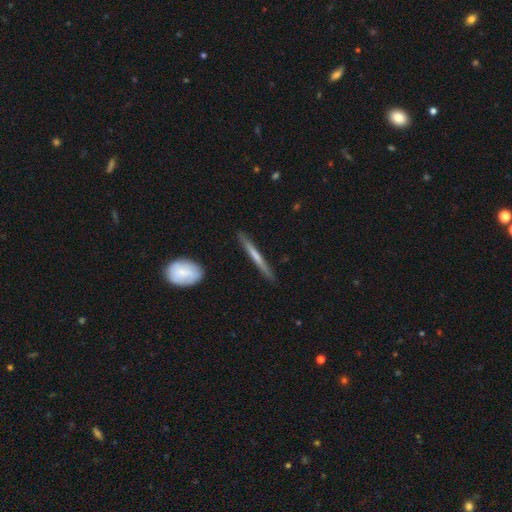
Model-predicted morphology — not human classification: Smooth or featured?
  - featured or disk: 49% *
  - smooth: 46%
  - star or artifact: 5%
Merging?
  - none: 86% *
  - minor disturbance: 11%
  - major disturbance: 2%
  - merger: 2%